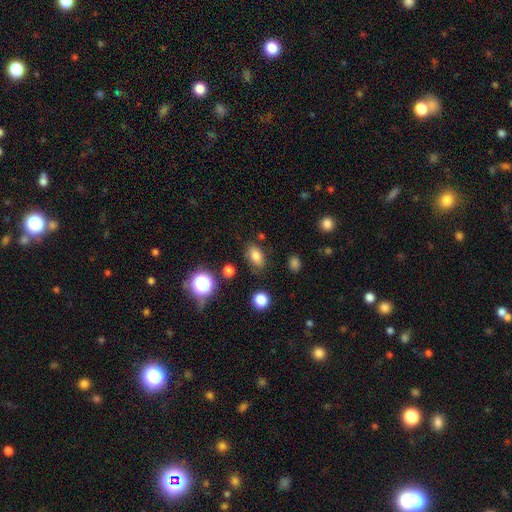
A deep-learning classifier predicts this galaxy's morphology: type=smooth (79%); roundness=in between (85%); merging=none (79%).